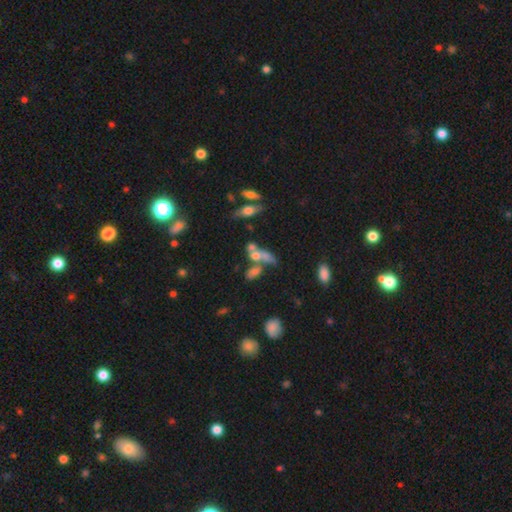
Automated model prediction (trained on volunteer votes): The model was most divided on "merging": merger: 52%, none: 27%, minor disturbance: 11%, major disturbance: 10%. More confident: how rounded — in between (62%); smooth or featured — smooth (54%).